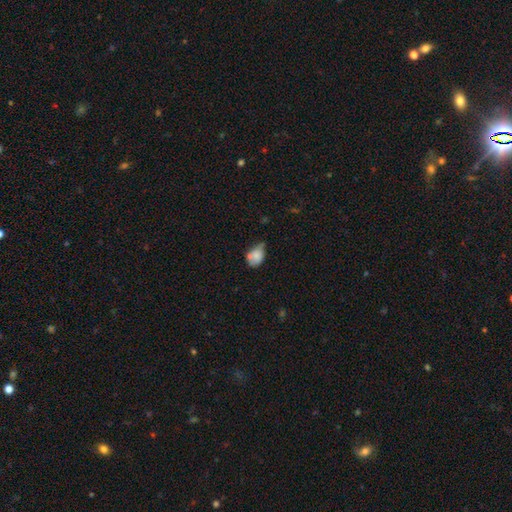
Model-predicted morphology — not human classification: Overall: smooth (73%). How rounded: in between (78%). Merging: minor disturbance (37%; none 34%).